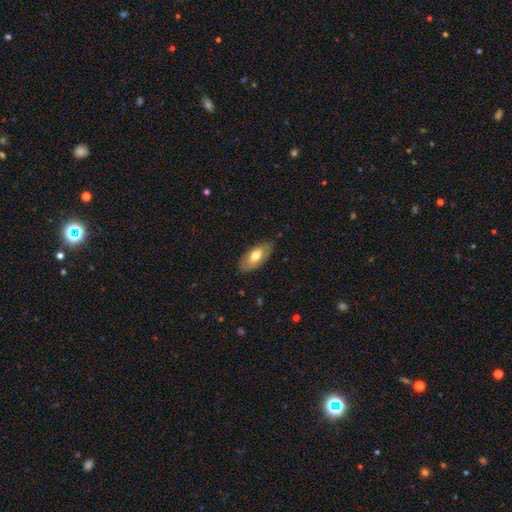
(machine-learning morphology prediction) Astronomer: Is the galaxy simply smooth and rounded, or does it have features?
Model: smooth — 66%.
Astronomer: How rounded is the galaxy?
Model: in between — 89%.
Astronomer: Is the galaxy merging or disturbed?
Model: none — 80%.